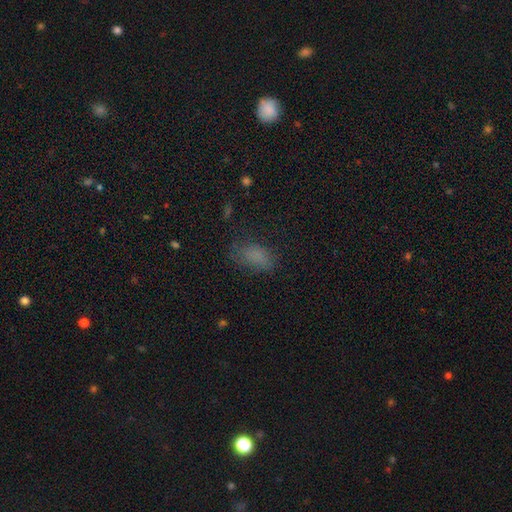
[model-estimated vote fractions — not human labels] A smooth galaxy with no disk features (77%) that is in between round and cigar-shaped (88%). Merging: none (64%).